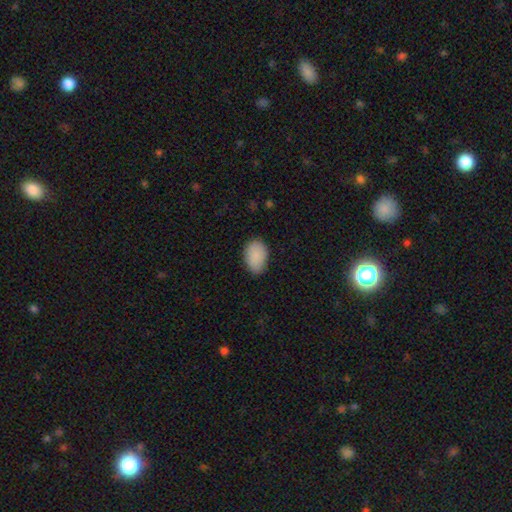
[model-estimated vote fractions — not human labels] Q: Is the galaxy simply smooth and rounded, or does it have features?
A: smooth — 89%.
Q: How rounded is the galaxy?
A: in between — 88%.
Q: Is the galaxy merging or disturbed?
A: none — 79%.